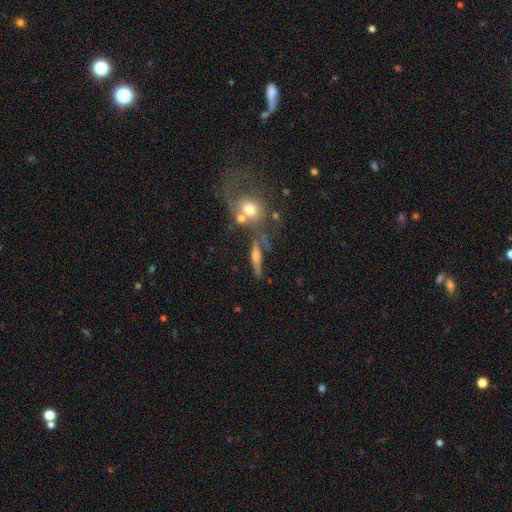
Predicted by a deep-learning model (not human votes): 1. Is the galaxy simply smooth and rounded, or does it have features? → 50% featured or disk, 39% smooth, 11% star or artifact.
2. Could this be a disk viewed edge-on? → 80% yes, 20% no.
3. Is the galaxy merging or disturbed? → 54% none, 20% merger, 16% minor disturbance, 9% major disturbance.